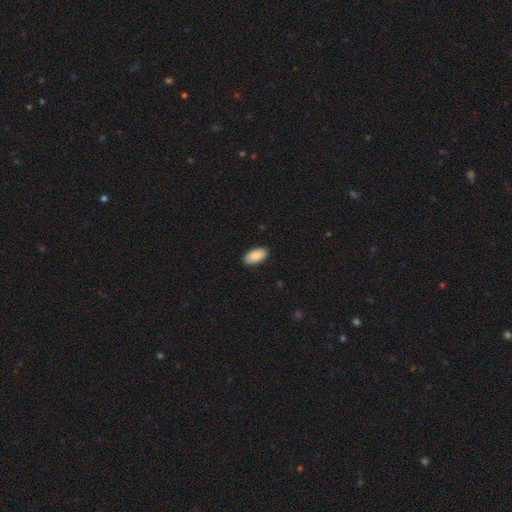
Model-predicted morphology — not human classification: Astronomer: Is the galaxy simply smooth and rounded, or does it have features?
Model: smooth — 90%.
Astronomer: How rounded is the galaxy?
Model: in between — 95%.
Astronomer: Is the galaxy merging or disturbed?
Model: none — 90%.